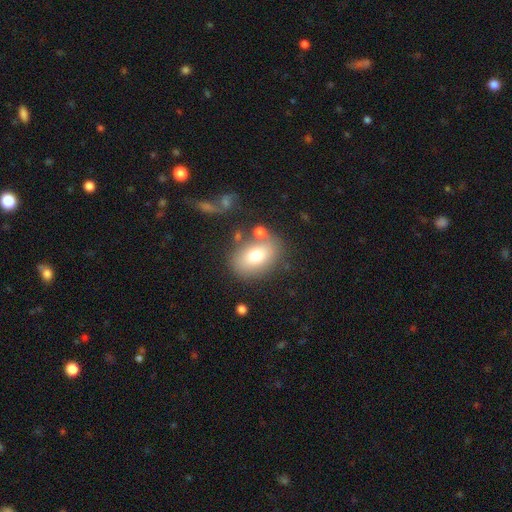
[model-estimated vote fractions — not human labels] smooth_or_featured: smooth (p=0.70) [alt: featured or disk p=0.20]
how_rounded: in between (p=0.73) [alt: round p=0.26]
merging: none (p=0.70) [alt: minor disturbance p=0.15]